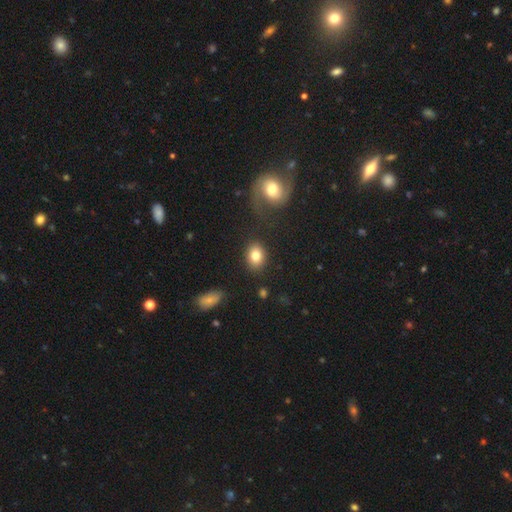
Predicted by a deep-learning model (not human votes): Smooth or featured?
  - smooth: 82% *
  - featured or disk: 10%
  - star or artifact: 8%
How rounded?
  - in between: 62% *
  - round: 37%
  - cigar-shaped: 1%
Merging?
  - none: 84% *
  - minor disturbance: 9%
  - major disturbance: 3%
  - merger: 3%